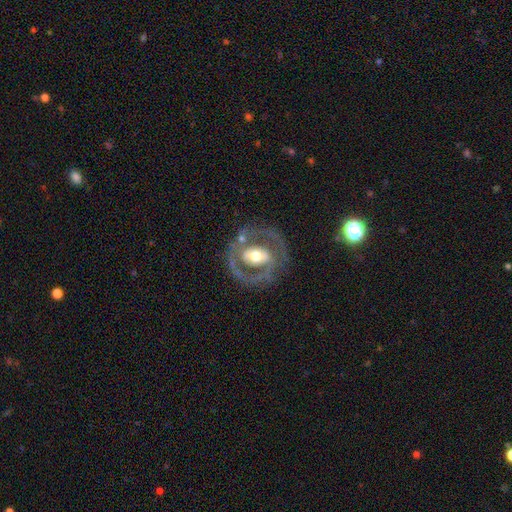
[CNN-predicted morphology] This appears to be a featured or disk galaxy (73%) with no bar (47%), no spiral arms (55%) and a moderate central bulge (67%). Merging: none (69%).